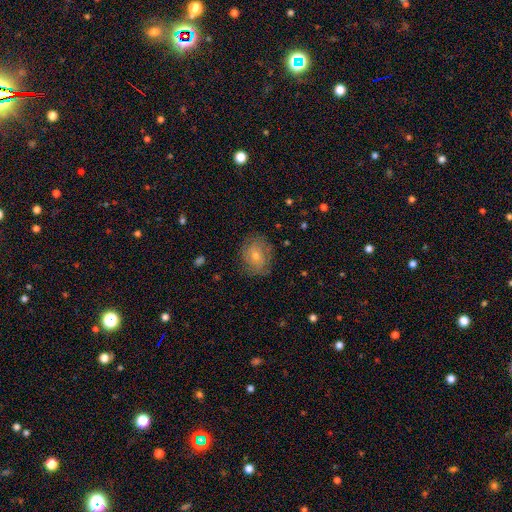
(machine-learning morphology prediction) Overall: featured or disk (51%; smooth 36%). Edge-on disk: no (96%). Merging: none (79%).